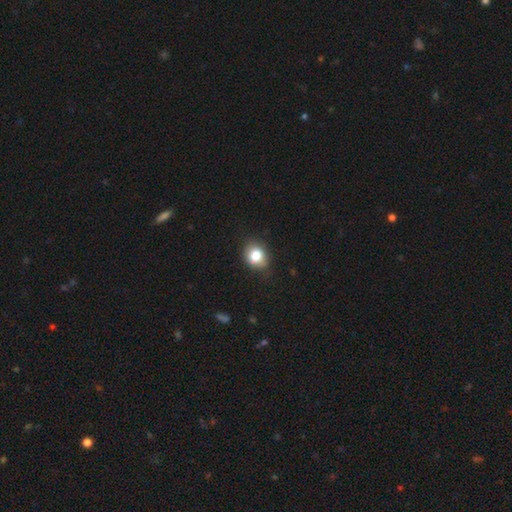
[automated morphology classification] A smooth galaxy with no disk features (80%) that is round (56%).

Vote fractions:
- Smooth or featured? smooth: 80% / star or artifact: 10% / featured or disk: 10%
- How rounded? round: 56% / in between: 43% / cigar-shaped: 1%
- Merging? none: 78% / minor disturbance: 17% / major disturbance: 4% / merger: 1%